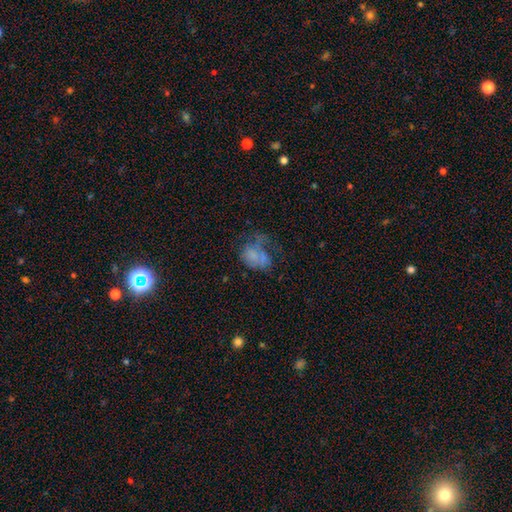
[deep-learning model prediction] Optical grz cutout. It shows a smooth galaxy with no disk features (52%) that is in between round and cigar-shaped (69%). Merging: major disturbance (45%).